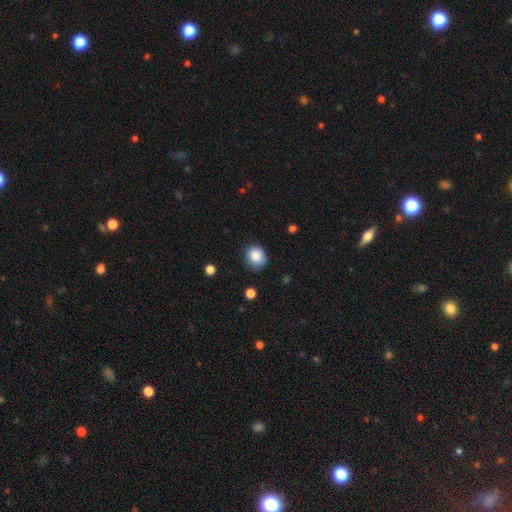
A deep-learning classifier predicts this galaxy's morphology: Smooth or featured: smooth — 85% (star or artifact — 10%)
How rounded: round — 70% (in between — 29%)
Merging: none — 80% (minor disturbance — 15%)